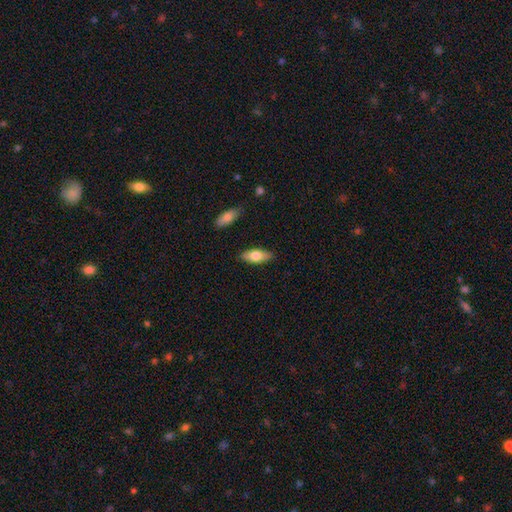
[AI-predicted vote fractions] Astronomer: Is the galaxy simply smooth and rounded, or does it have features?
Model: smooth — 70%.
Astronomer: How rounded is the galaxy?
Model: in between — 79%.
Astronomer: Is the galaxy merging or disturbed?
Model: none — 87%.